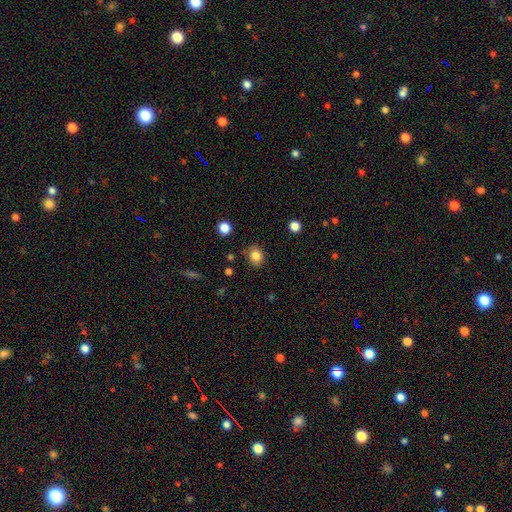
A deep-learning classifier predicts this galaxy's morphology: smooth 83%, star or artifact 11%, featured or disk 6%. Down the decision tree: how rounded — round (68%); merging — none (75%).